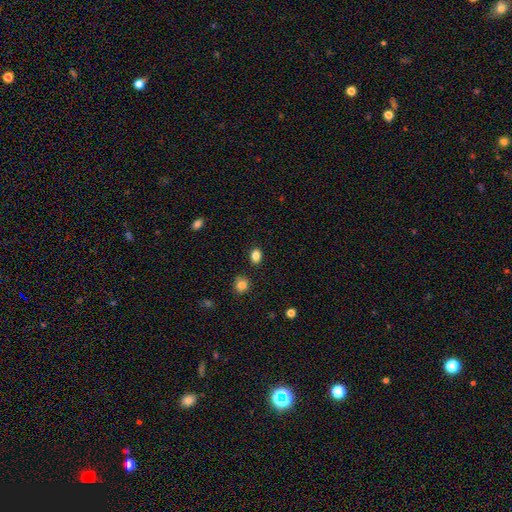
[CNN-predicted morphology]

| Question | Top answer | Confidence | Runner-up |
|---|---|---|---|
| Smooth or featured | smooth | 84% | star or artifact (11%) |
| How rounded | in between | 60% | round (39%) |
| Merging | none | 87% | minor disturbance (8%) |